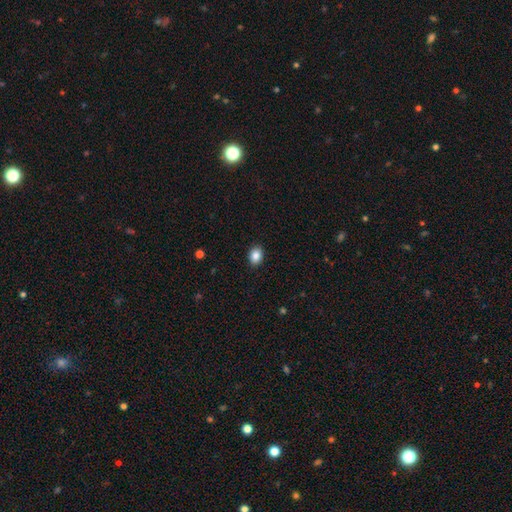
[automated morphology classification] Q: Smooth or featured?
A: smooth (86%); runner-up: star or artifact (9%)
Q: How rounded?
A: in between (67%); runner-up: round (32%)
Q: Merging?
A: none (90%); runner-up: minor disturbance (7%)